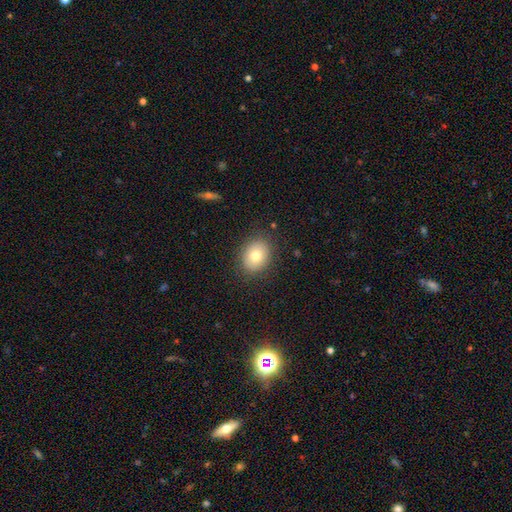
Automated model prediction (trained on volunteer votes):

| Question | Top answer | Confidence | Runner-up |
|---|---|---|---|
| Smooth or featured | smooth | 76% | featured or disk (13%) |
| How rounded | round | 54% | in between (45%) |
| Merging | none | 87% | minor disturbance (9%) |